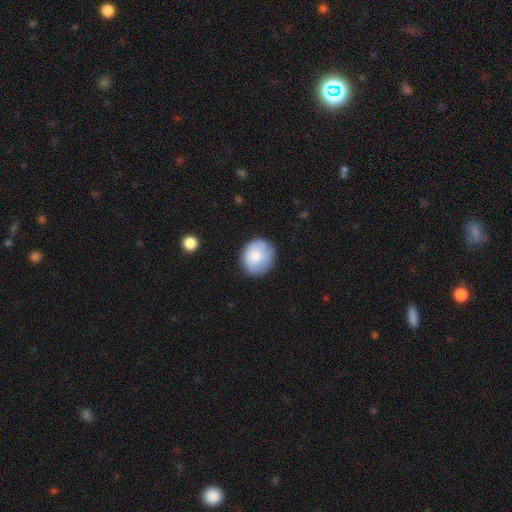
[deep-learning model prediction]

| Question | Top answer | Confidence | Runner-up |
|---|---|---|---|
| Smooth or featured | smooth | 82% | featured or disk (11%) |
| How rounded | round | 80% | in between (19%) |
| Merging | none | 82% | minor disturbance (14%) |